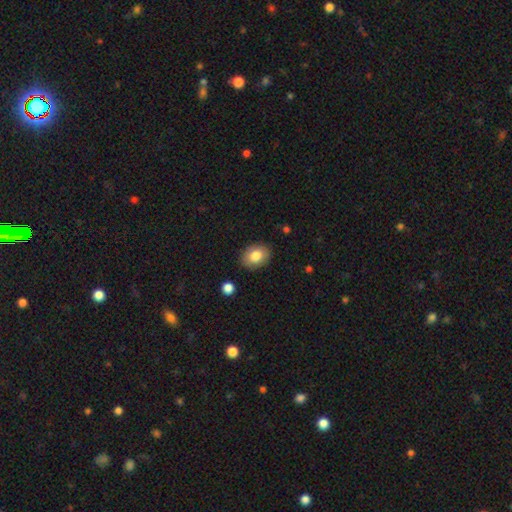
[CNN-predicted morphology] smooth_or_featured: smooth (p=0.82) [alt: featured or disk p=0.11]
how_rounded: in between (p=0.69) [alt: round p=0.30]
merging: none (p=0.87) [alt: minor disturbance p=0.09]